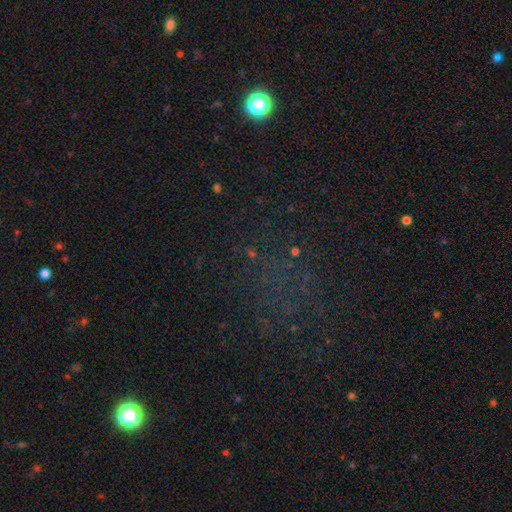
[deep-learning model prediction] This appears to be a star or artifact, not a galaxy (65%).